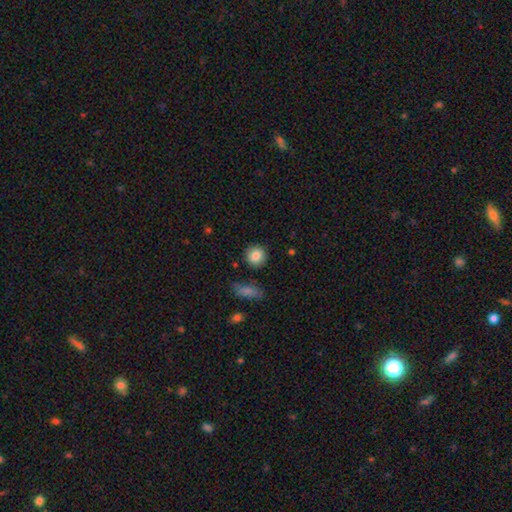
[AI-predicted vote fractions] Smooth or featured?
  - smooth: 85% *
  - star or artifact: 8%
  - featured or disk: 7%
How rounded?
  - round: 89% *
  - in between: 10%
  - cigar-shaped: 1%
Merging?
  - none: 85% *
  - minor disturbance: 10%
  - major disturbance: 3%
  - merger: 3%